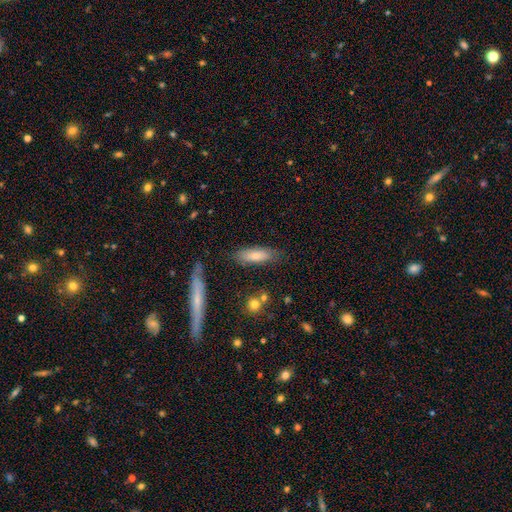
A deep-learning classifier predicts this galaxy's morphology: This is likely a smooth galaxy (71%). How rounded: possibly in between (57%). Merging: likely none (73%).